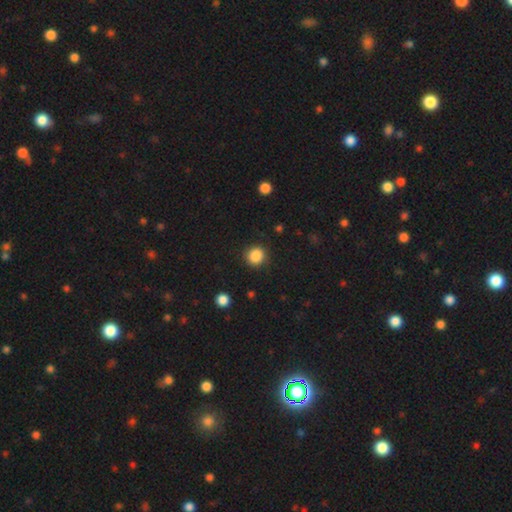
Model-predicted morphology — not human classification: A smooth galaxy with no disk features (86%) that is round (91%).

Vote fractions:
- Smooth or featured? smooth: 86% / star or artifact: 10% / featured or disk: 3%
- How rounded? round: 91% / in between: 8% / cigar-shaped: 1%
- Merging? none: 89% / minor disturbance: 7% / major disturbance: 3% / merger: 1%